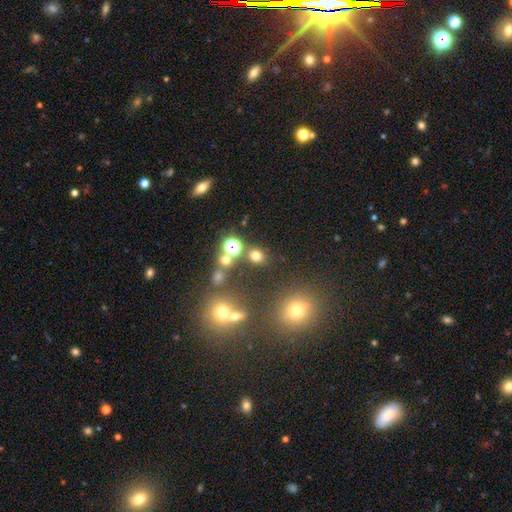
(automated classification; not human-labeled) This is likely a smooth galaxy (69%). How rounded: clearly round (81%). Merging: likely none (78%).